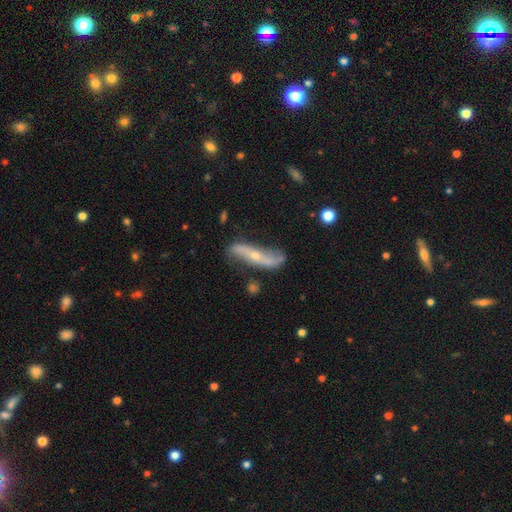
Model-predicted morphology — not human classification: Smooth or featured? Predicted: featured or disk (p=0.79). Edge-on disk? Predicted: no (p=0.69). Bar? Predicted: no (p=0.46). Spiral arms? Predicted: yes (p=0.89). Bulge size? Predicted: small (p=0.68). Merging? Predicted: none (p=0.67).